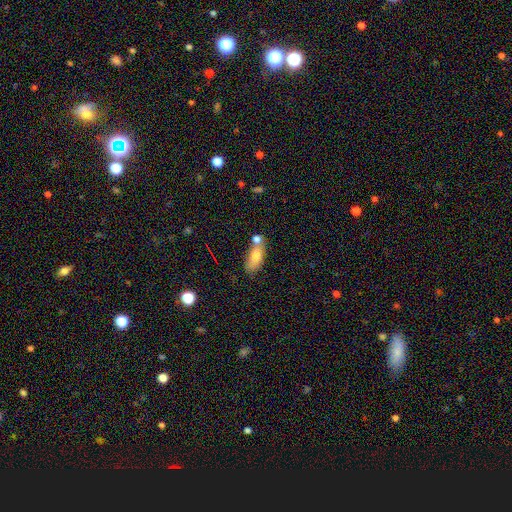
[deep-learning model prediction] The model was most divided on "merging": none: 51%, merger: 28%, minor disturbance: 16%, major disturbance: 5%. More confident: how rounded — in between (79%); smooth or featured — smooth (73%).